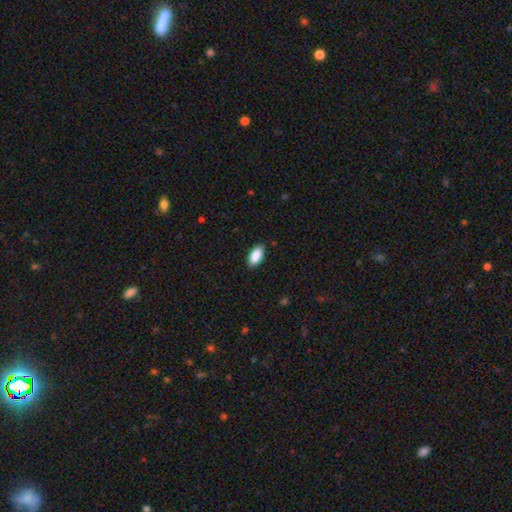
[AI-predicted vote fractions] The model was most divided on "merging": none: 88%, minor disturbance: 9%, major disturbance: 2%, merger: 1%. More confident: how rounded — in between (93%); smooth or featured — smooth (90%).